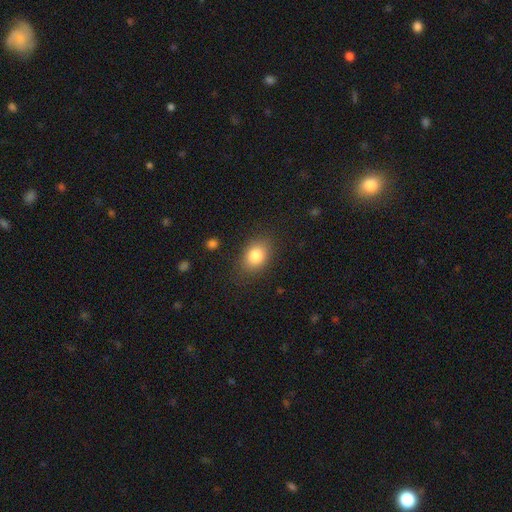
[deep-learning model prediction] Q: Smooth or featured?
A: smooth (82%); runner-up: star or artifact (9%)
Q: How rounded?
A: in between (69%); runner-up: round (30%)
Q: Merging?
A: none (83%); runner-up: minor disturbance (12%)